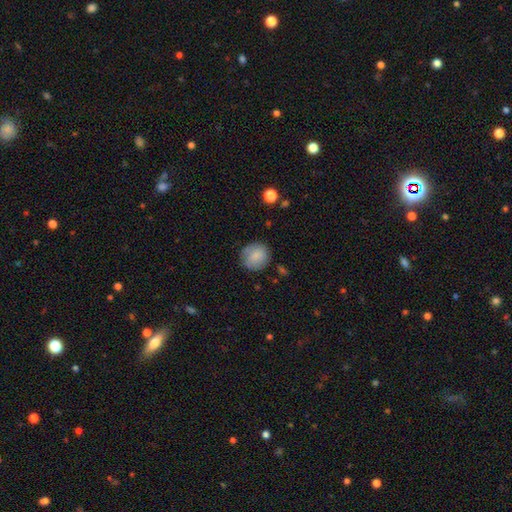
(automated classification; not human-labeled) Overall: smooth (83%). How rounded: round (84%). Merging: none (78%).